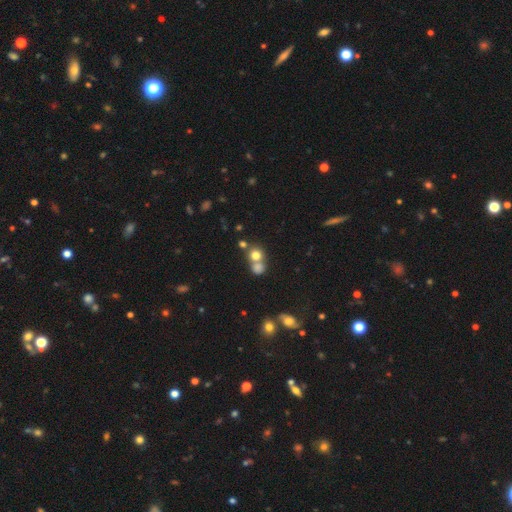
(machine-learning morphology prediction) Smooth or featured?
  - smooth: 75% *
  - star or artifact: 14%
  - featured or disk: 10%
How rounded?
  - round: 85% *
  - in between: 14%
  - cigar-shaped: 1%
Merging?
  - none: 47% *
  - merger: 42%
  - minor disturbance: 7%
  - major disturbance: 4%